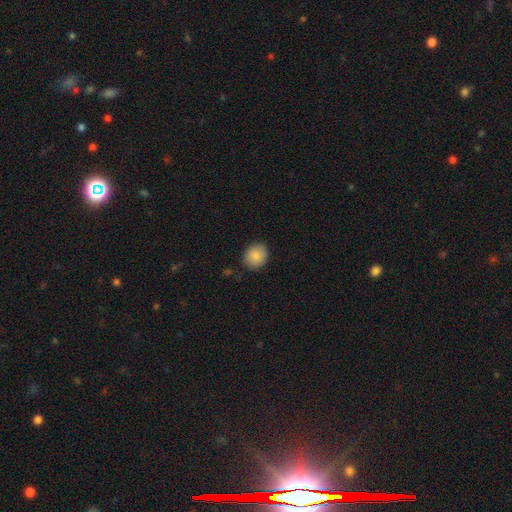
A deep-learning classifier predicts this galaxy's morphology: smooth-or-featured: smooth: 88% | star or artifact: 8% | featured or disk: 5%
  how-rounded: round: 70% | in between: 29% | cigar-shaped: 1%
  merging: none: 86% | minor disturbance: 11% | major disturbance: 2% | merger: 1%